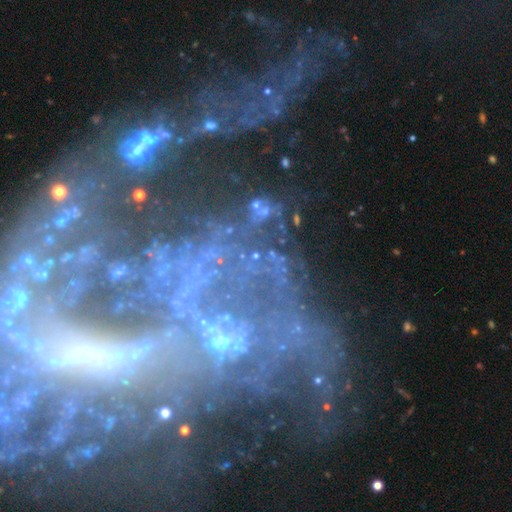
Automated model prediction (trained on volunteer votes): This appears to be a featured or disk galaxy (68%) with no bar (50%), spiral arms (54%) and no central bulge (54%). Merging: major disturbance (42%).